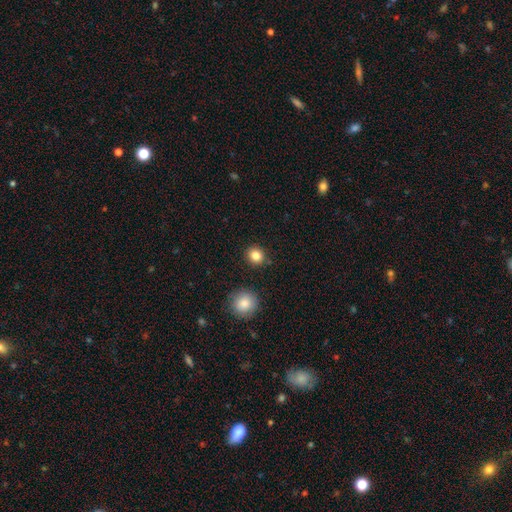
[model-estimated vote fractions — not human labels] This is clearly a smooth galaxy (83%). How rounded: clearly round (83%). Merging: clearly none (88%).